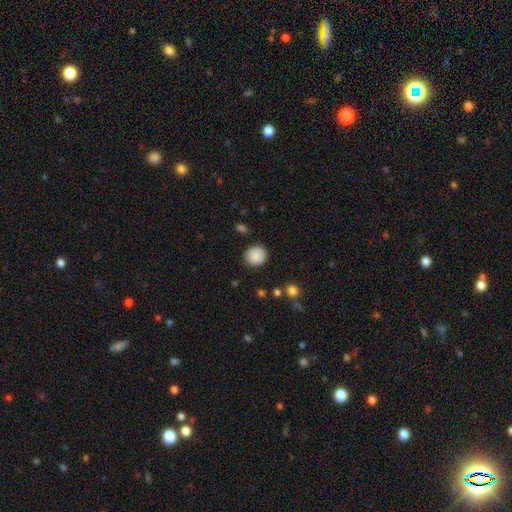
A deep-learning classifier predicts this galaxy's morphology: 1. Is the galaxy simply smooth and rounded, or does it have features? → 88% smooth, 8% star or artifact, 4% featured or disk.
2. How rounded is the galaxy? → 85% round, 14% in between, 1% cigar-shaped.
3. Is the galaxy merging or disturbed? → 86% none, 10% minor disturbance, 3% major disturbance, 1% merger.